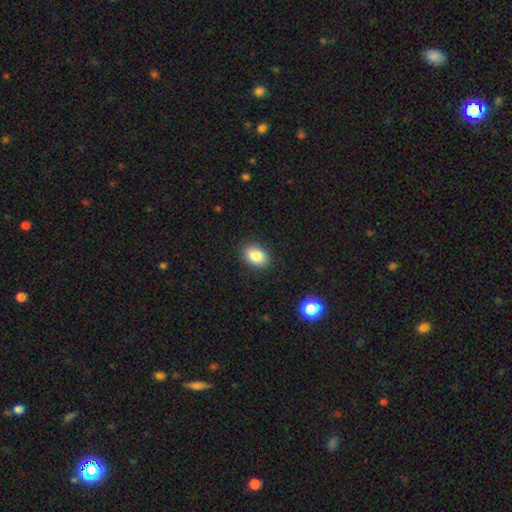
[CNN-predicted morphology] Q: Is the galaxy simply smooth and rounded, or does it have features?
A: smooth — 86%.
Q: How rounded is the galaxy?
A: in between — 84%.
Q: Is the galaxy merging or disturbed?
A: none — 88%.